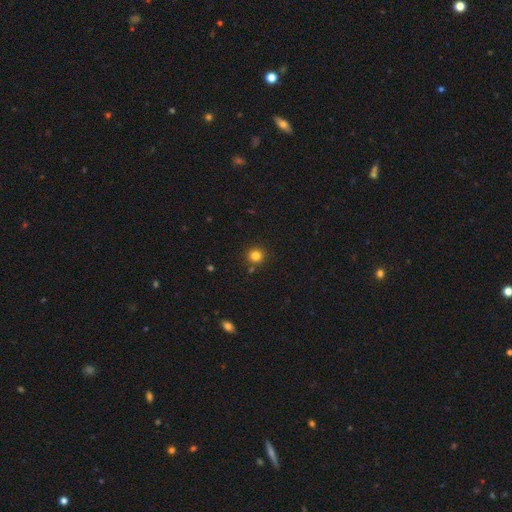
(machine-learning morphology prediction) A smooth galaxy with no disk features (82%) that is round (93%).

Vote fractions:
- Smooth or featured? smooth: 82% / star or artifact: 14% / featured or disk: 5%
- How rounded? round: 93% / in between: 6% / cigar-shaped: 1%
- Merging? none: 86% / minor disturbance: 7% / merger: 5% / major disturbance: 2%